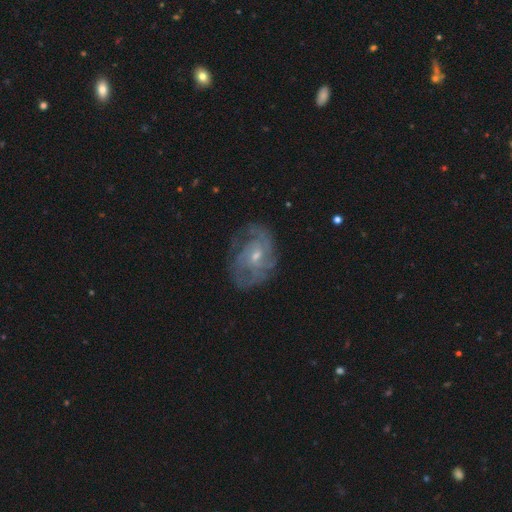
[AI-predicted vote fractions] Q: Smooth or featured?
A: featured or disk (79%); runner-up: smooth (14%)
Q: Edge-on disk?
A: no (97%); runner-up: yes (3%)
Q: Bar?
A: no (61%); runner-up: weak (34%)
Q: Spiral arms?
A: yes (87%); runner-up: no (13%)
Q: Spiral winding?
A: tight (49%); runner-up: medium (38%)
Q: Spiral arm count?
A: can't tell (39%); runner-up: 2 (22%)
Q: Bulge size?
A: small (60%); runner-up: moderate (36%)
Q: Merging?
A: none (68%); runner-up: minor disturbance (20%)